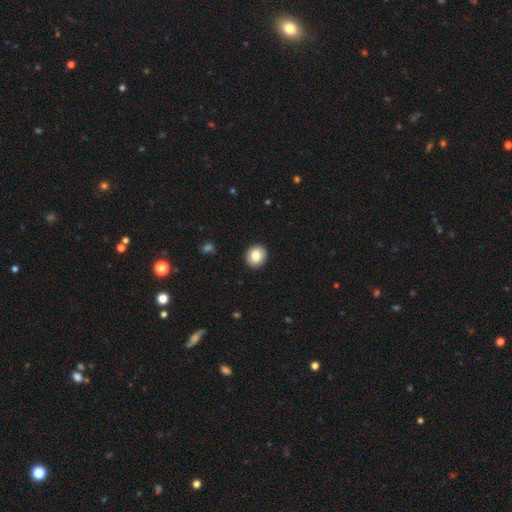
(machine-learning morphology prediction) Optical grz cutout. It shows a smooth galaxy with no disk features (84%) that is round (78%). Merging: none (92%).